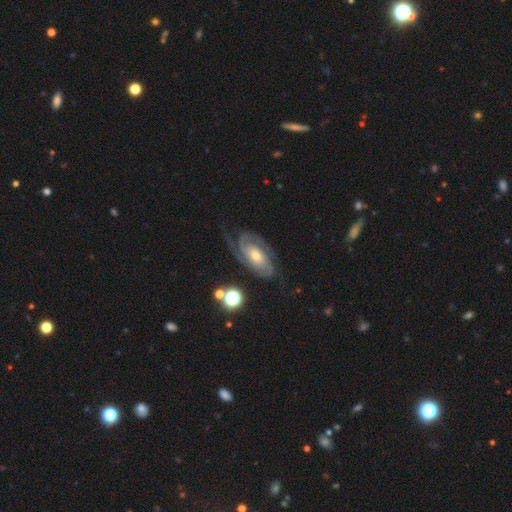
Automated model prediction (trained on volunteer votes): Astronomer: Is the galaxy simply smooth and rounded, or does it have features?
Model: featured or disk — 87%.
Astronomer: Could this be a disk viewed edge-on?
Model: no — 95%.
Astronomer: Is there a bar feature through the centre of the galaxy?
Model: no — 65%.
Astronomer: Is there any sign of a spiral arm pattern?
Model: yes — 97%.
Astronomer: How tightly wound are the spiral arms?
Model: tight — 62%.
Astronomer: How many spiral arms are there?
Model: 2 — 65%.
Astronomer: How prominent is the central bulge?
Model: moderate — 53% (runner-up: small, 38%).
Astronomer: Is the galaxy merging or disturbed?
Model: none — 71%.